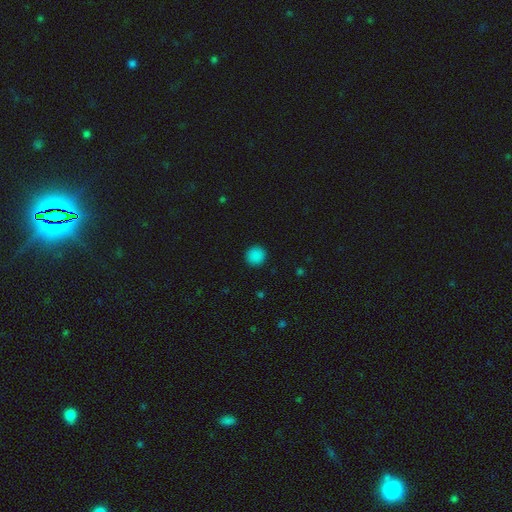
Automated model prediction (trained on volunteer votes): Q: Smooth or featured?
A: smooth (87%); runner-up: star or artifact (11%)
Q: How rounded?
A: round (94%); runner-up: in between (5%)
Q: Merging?
A: none (92%); runner-up: minor disturbance (5%)